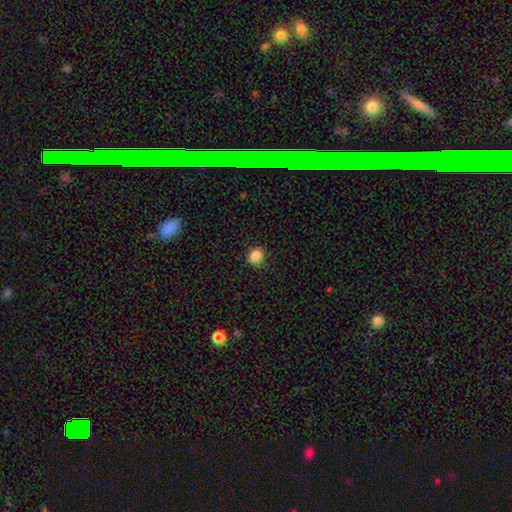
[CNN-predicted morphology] smooth-or-featured: smooth: 87% | star or artifact: 10% | featured or disk: 3%
  how-rounded: round: 81% | in between: 18% | cigar-shaped: 1%
  merging: none: 90% | minor disturbance: 7% | major disturbance: 2% | merger: 1%